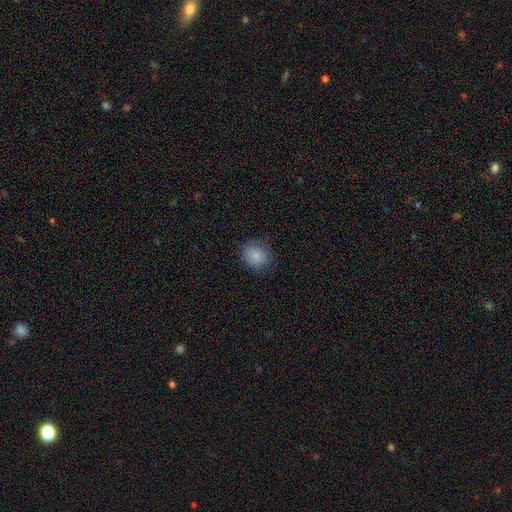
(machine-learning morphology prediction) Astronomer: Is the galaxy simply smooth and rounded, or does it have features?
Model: smooth — 86%.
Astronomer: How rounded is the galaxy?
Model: round — 68%.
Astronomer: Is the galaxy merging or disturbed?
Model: none — 80%.